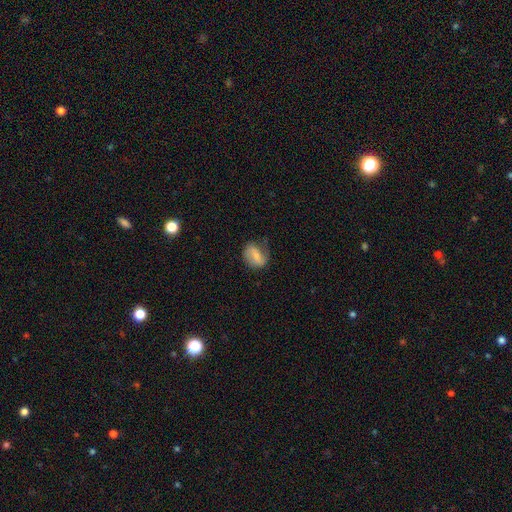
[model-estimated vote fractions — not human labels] Smooth or featured: smooth — 56% (featured or disk — 36%)
How rounded: in between — 64% (round — 32%)
Merging: none — 55% (minor disturbance — 29%)